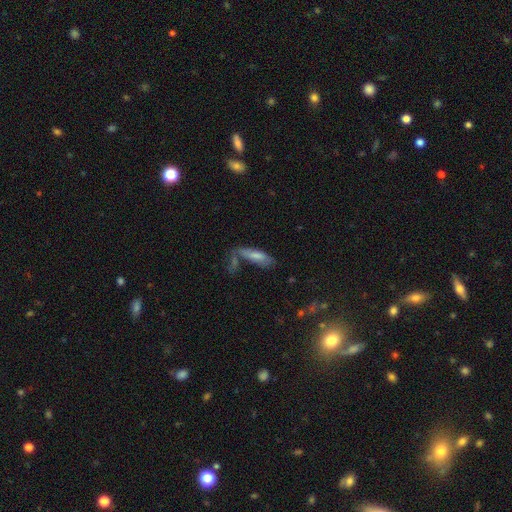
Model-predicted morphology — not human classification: Smooth or featured: smooth — 72% (featured or disk — 21%)
How rounded: cigar-shaped — 52% (in between — 46%)
Merging: none — 46% (merger — 22%)